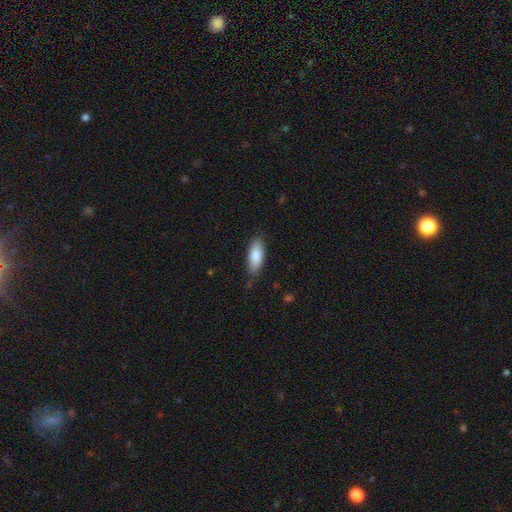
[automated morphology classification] smooth_or_featured: smooth (p=0.85) [alt: featured or disk p=0.09]
how_rounded: in between (p=0.77) [alt: cigar-shaped p=0.21]
merging: none (p=0.77) [alt: minor disturbance p=0.18]